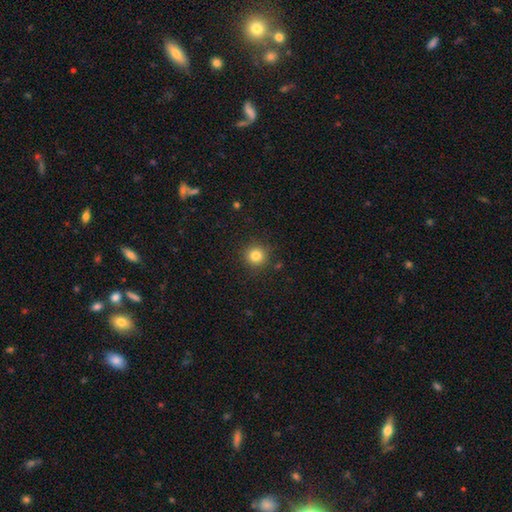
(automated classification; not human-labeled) Q: Smooth or featured?
A: smooth (82%); runner-up: star or artifact (12%)
Q: How rounded?
A: round (94%); runner-up: in between (5%)
Q: Merging?
A: none (89%); runner-up: minor disturbance (7%)